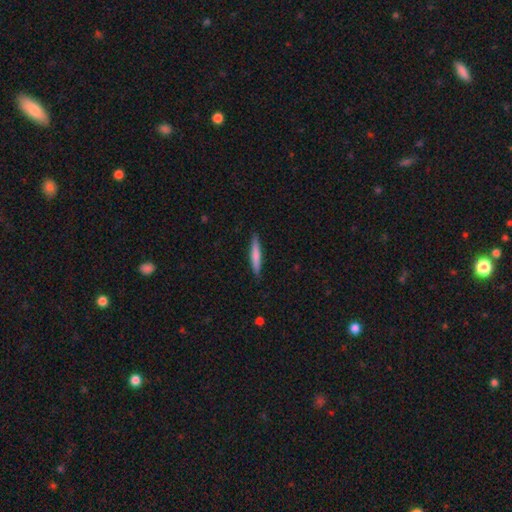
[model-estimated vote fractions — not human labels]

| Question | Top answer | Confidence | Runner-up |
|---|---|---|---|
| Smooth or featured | smooth | 71% | featured or disk (23%) |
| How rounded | cigar-shaped | 93% | in between (6%) |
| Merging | none | 89% | minor disturbance (8%) |